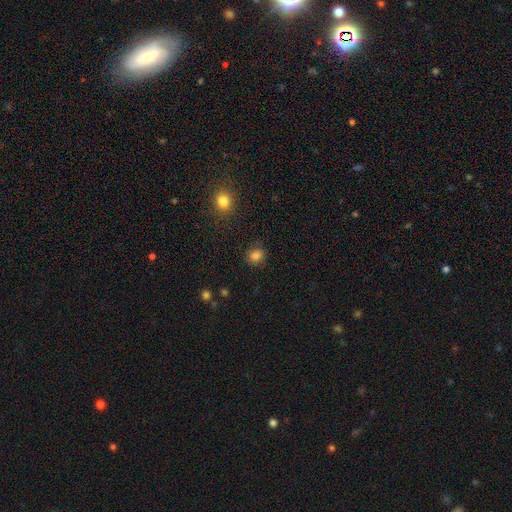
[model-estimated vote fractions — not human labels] Q: Smooth or featured?
A: smooth (82%); runner-up: star or artifact (12%)
Q: How rounded?
A: round (76%); runner-up: in between (23%)
Q: Merging?
A: none (86%); runner-up: minor disturbance (10%)